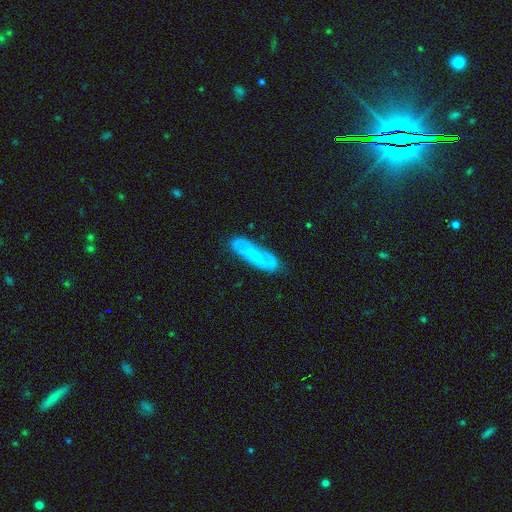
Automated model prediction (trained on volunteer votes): A featured or disk galaxy (64%) with a weak bar (39%), spiral arms (76%) and a small central bulge (68%).

Vote fractions:
- Smooth or featured? featured or disk: 64% / smooth: 30% / star or artifact: 7%
- Edge-on disk? no: 79% / yes: 21%
- Bar? weak: 39% / no: 37% / strong: 24%
- Spiral arms? yes: 76% / no: 24%
- Bulge size? small: 68% / moderate: 26% / none: 4% / large: 1% / dominant: 1%
- Merging? none: 76% / minor disturbance: 18% / major disturbance: 5% / merger: 2%